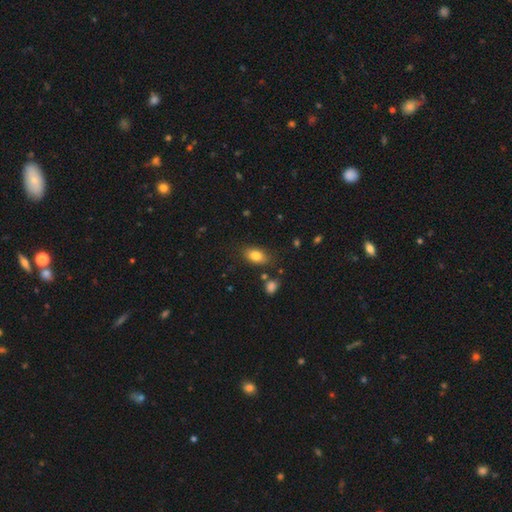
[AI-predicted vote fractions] Smooth or featured? smooth (82%)
How rounded? in between (86%)
Merging? none (79%)